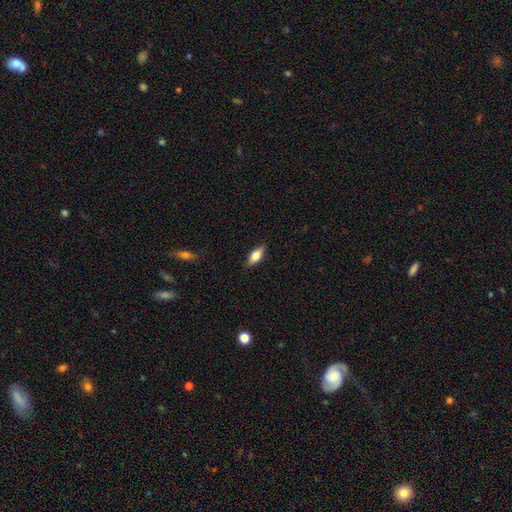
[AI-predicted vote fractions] smooth_or_featured: smooth (p=0.70) [alt: featured or disk p=0.23]
how_rounded: in between (p=0.76) [alt: cigar-shaped p=0.22]
merging: none (p=0.86) [alt: minor disturbance p=0.11]